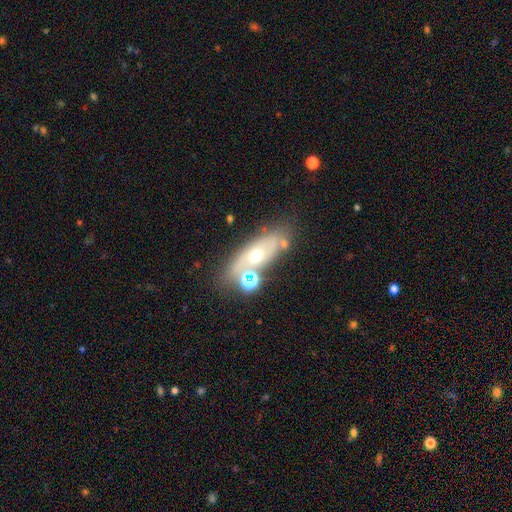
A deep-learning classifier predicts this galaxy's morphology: Smooth or featured? featured or disk (48%)
Merging? none (60%)